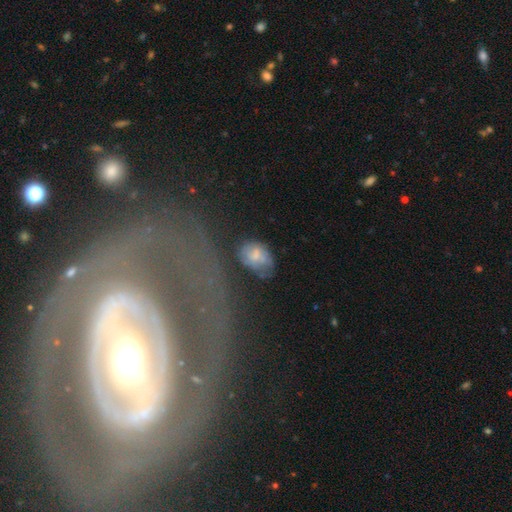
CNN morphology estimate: Smooth or featured? smooth (60%)
How rounded? in between (79%)
Merging? none (49%)